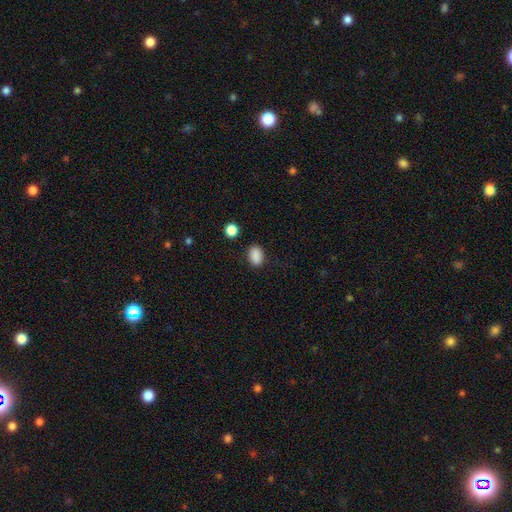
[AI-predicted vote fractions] This is clearly a smooth galaxy (88%). How rounded: clearly in between (81%). Merging: clearly none (84%).